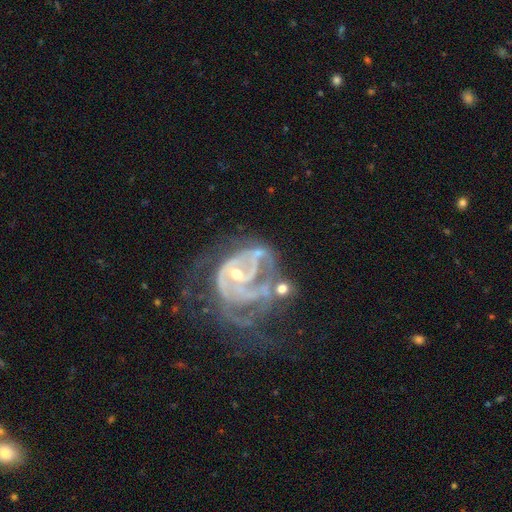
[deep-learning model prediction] The model was most divided on "spiral winding": medium: 43%, tight: 39%, loose: 18%. Remaining: edge-on disk — no (98%); spiral arms — yes (88%); smooth or featured — featured or disk (84%); bulge size — moderate (48%); bar — no (47%); spiral arm count — 2 (37%); merging — major disturbance (37%).